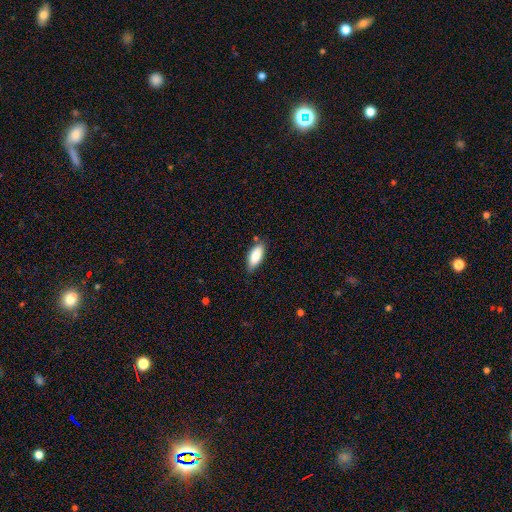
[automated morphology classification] smooth_or_featured: smooth (p=0.86) [alt: featured or disk p=0.08]
how_rounded: in between (p=0.83) [alt: cigar-shaped p=0.15]
merging: none (p=0.79) [alt: minor disturbance p=0.17]